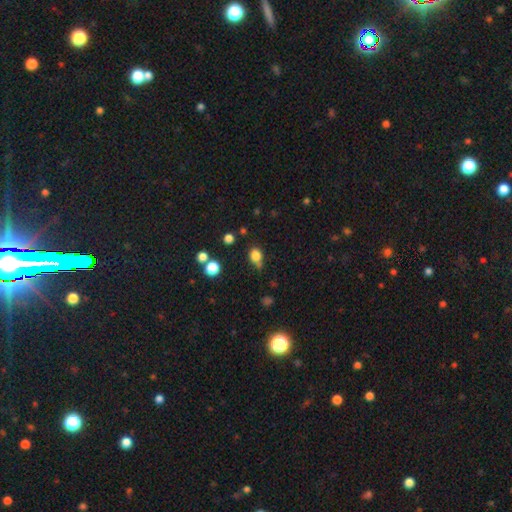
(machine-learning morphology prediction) This appears to be a smooth galaxy with no disk features (81%) that is round (55%). Merging: none (56%).